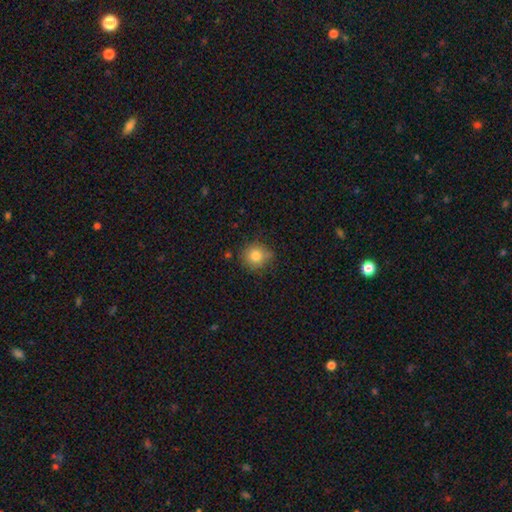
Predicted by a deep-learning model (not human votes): A smooth galaxy with no disk features (81%) that is round (90%).

Vote fractions:
- Smooth or featured? smooth: 81% / star or artifact: 11% / featured or disk: 8%
- How rounded? round: 90% / in between: 9% / cigar-shaped: 1%
- Merging? none: 79% / minor disturbance: 15% / major disturbance: 3% / merger: 3%